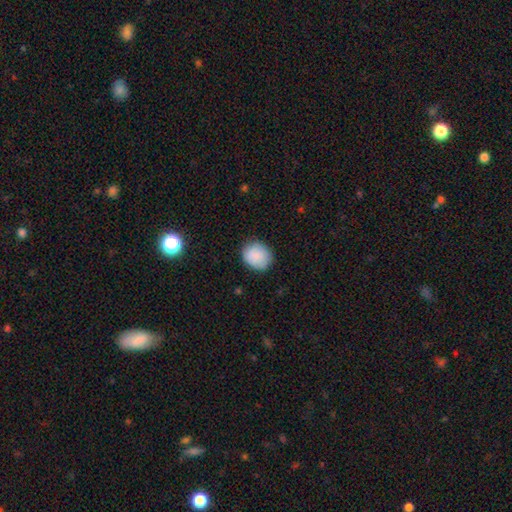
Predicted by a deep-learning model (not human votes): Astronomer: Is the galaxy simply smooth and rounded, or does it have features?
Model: smooth — 87%.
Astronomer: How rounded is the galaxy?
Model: round — 68%.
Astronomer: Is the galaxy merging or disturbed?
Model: none — 83%.